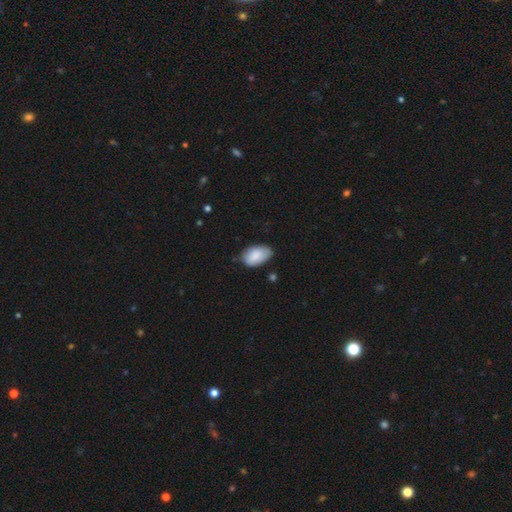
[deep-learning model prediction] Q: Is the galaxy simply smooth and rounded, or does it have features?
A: smooth — 84%.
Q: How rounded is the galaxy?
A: in between — 93%.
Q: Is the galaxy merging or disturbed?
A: none — 67%.